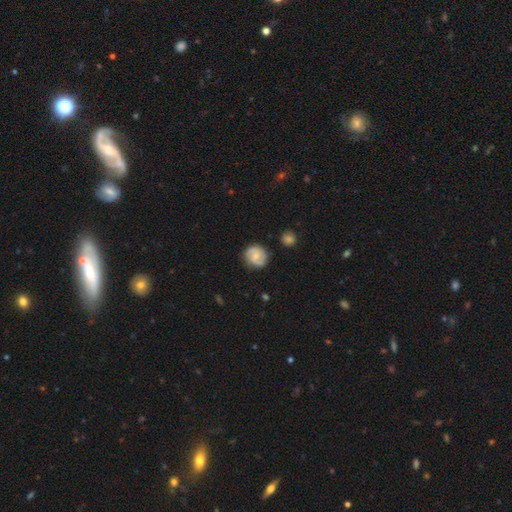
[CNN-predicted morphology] The model was most divided on "spiral winding": tight: 46%, medium: 42%, loose: 13%. More confident: edge-on disk — no (98%); spiral arms — yes (90%); merging — none (80%); spiral arm count — 2 (80%); smooth or featured — featured or disk (60%); bar — no (58%); bulge size — small (52%).